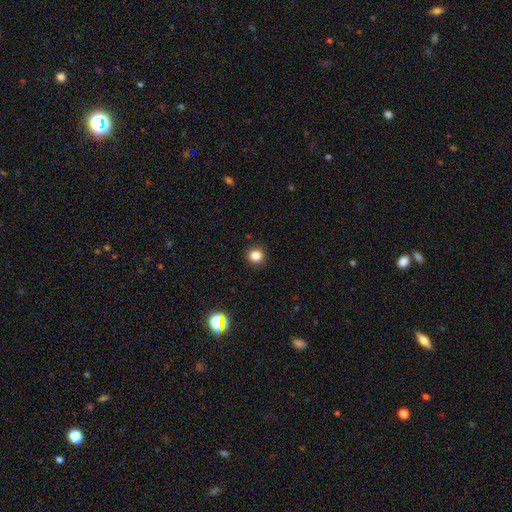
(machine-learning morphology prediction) smooth 83%, star or artifact 13%, featured or disk 4%. Down the decision tree: how rounded — round (91%); merging — none (92%).